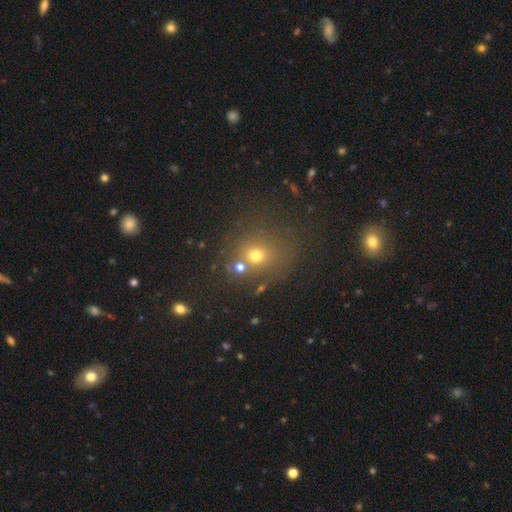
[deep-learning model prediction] smooth-or-featured: smooth: 65% | star or artifact: 24% | featured or disk: 11%
  how-rounded: round: 80% | in between: 19% | cigar-shaped: 1%
  merging: none: 71% | merger: 12% | minor disturbance: 11% | major disturbance: 5%